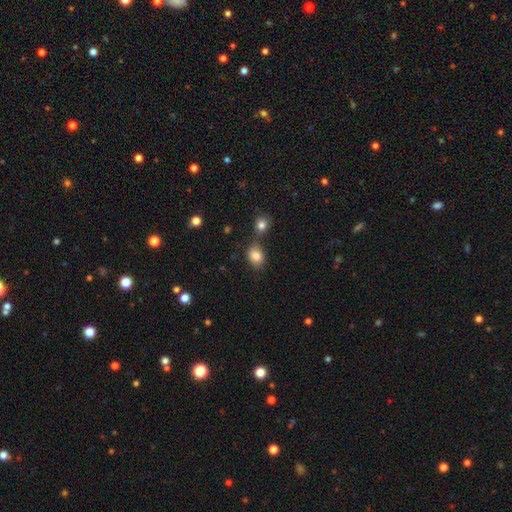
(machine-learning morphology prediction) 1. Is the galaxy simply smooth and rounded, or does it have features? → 84% smooth, 10% star or artifact, 6% featured or disk.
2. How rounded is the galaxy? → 54% in between, 45% round, 1% cigar-shaped.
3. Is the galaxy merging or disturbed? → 55% none, 26% merger, 14% minor disturbance, 5% major disturbance.